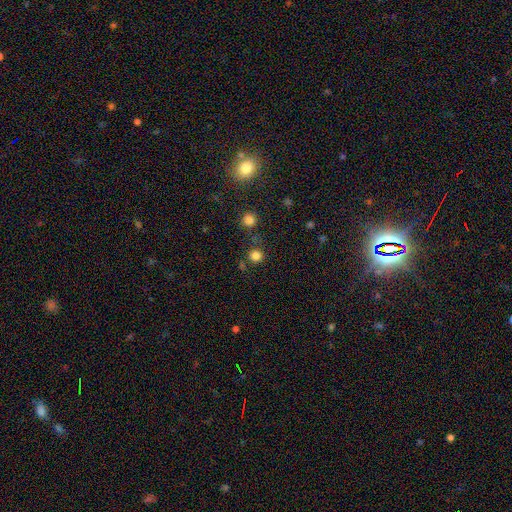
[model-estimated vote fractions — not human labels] Q: Smooth or featured?
A: smooth (79%); runner-up: star or artifact (16%)
Q: How rounded?
A: round (92%); runner-up: in between (7%)
Q: Merging?
A: none (80%); runner-up: minor disturbance (9%)